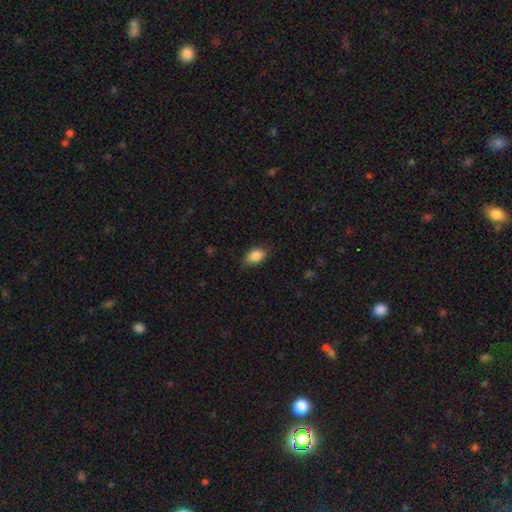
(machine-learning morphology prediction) Q: Smooth or featured?
A: smooth (87%); runner-up: star or artifact (8%)
Q: How rounded?
A: in between (87%); runner-up: round (10%)
Q: Merging?
A: none (78%); runner-up: minor disturbance (18%)